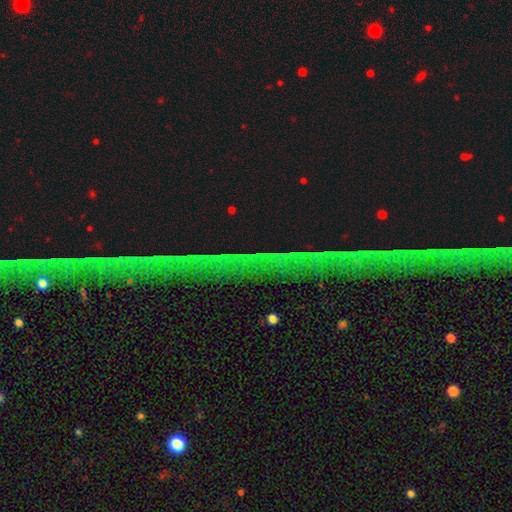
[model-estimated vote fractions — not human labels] This is likely a star or artifact rather than a galaxy (75%).